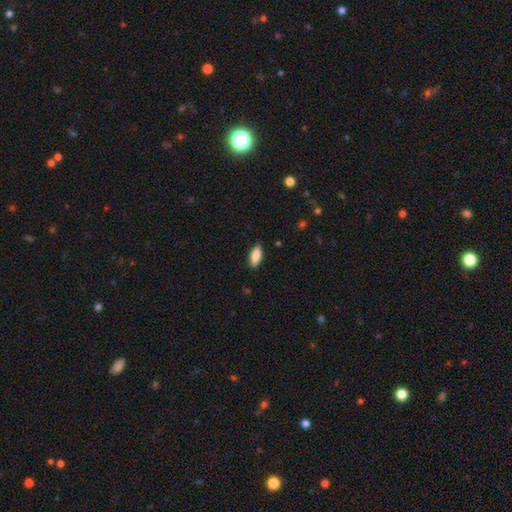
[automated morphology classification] type=smooth (86%); roundness=in between (77%); merging=none (86%).